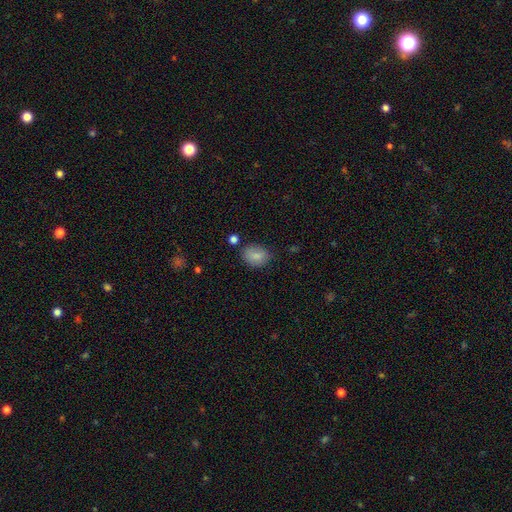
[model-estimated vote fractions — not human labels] Smooth or featured: smooth — 84% (star or artifact — 9%)
How rounded: in between — 72% (round — 26%)
Merging: none — 71% (minor disturbance — 20%)